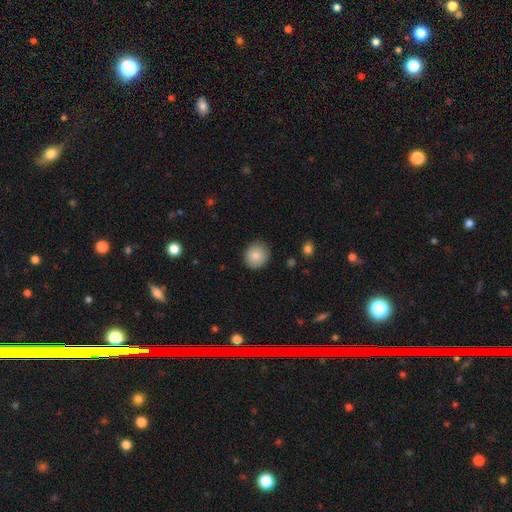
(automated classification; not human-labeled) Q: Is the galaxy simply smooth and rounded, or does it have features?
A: smooth — 87%.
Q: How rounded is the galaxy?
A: round — 87%.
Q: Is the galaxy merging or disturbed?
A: none — 87%.